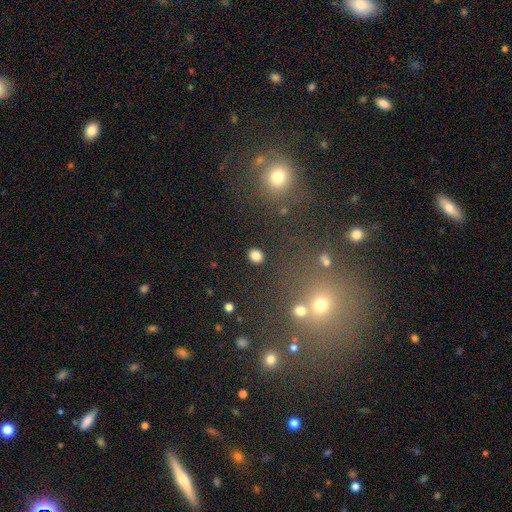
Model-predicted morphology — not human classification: Q: Smooth or featured?
A: smooth (82%); runner-up: star or artifact (13%)
Q: How rounded?
A: round (70%); runner-up: in between (29%)
Q: Merging?
A: none (89%); runner-up: minor disturbance (6%)